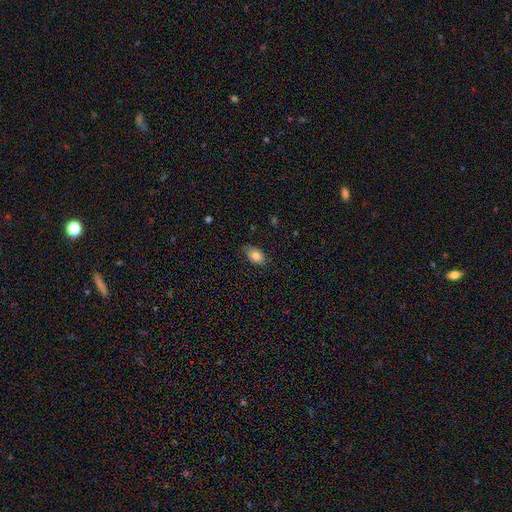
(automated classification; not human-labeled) Q: Smooth or featured?
A: smooth (84%); runner-up: star or artifact (8%)
Q: How rounded?
A: in between (84%); runner-up: round (14%)
Q: Merging?
A: none (76%); runner-up: minor disturbance (19%)